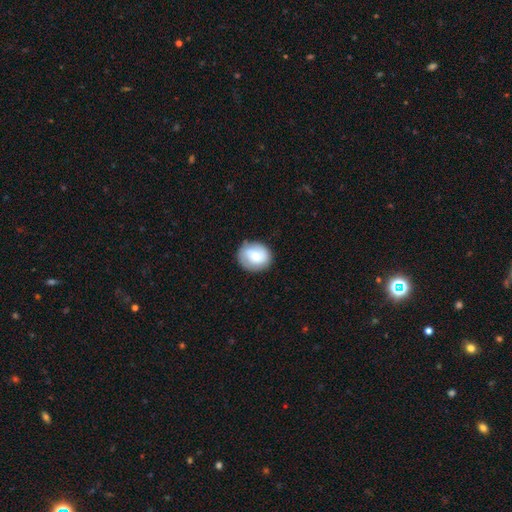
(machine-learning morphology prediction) smooth_or_featured: smooth (p=0.66) [alt: featured or disk p=0.26]
how_rounded: round (p=0.74) [alt: in between p=0.25]
merging: none (p=0.81) [alt: minor disturbance p=0.14]